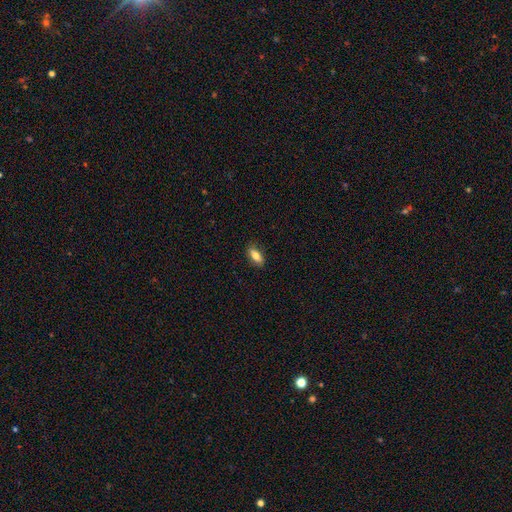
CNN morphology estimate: A smooth galaxy with no disk features (80%) that is in between round and cigar-shaped (81%). Merging: none (86%).